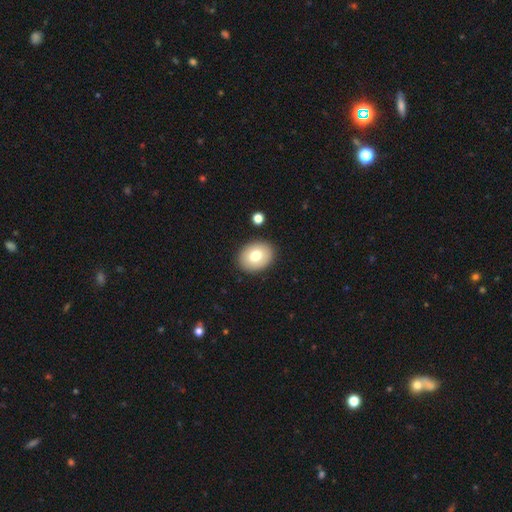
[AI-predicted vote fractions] This appears to be a smooth galaxy with no disk features (75%) that is in between round and cigar-shaped (61%). Merging: none (88%).